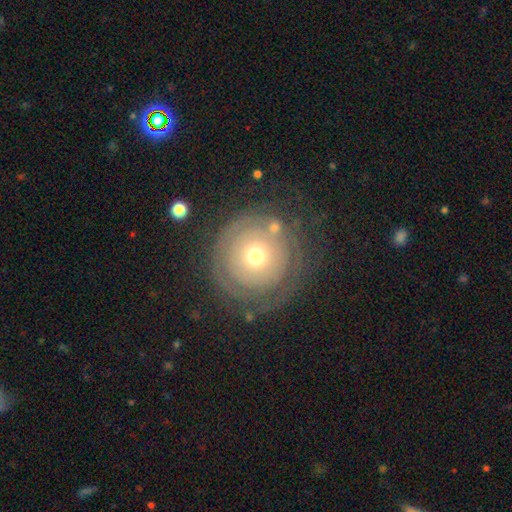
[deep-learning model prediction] Q: Smooth or featured?
A: featured or disk (60%); runner-up: smooth (32%)
Q: Edge-on disk?
A: no (96%); runner-up: yes (4%)
Q: Bar?
A: no (89%); runner-up: weak (9%)
Q: Spiral arms?
A: yes (62%); runner-up: no (38%)
Q: Bulge size?
A: moderate (49%); runner-up: small (44%)
Q: Merging?
A: none (72%); runner-up: minor disturbance (15%)